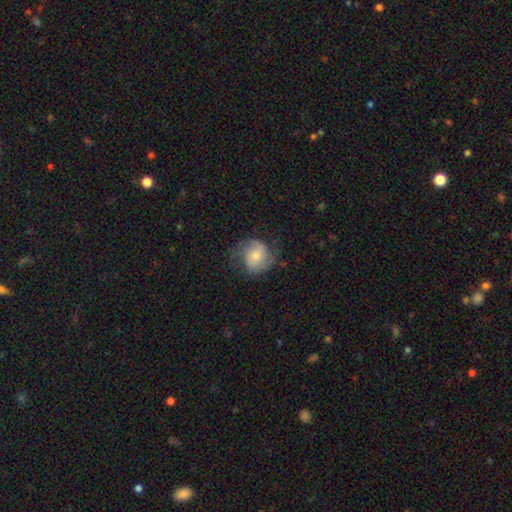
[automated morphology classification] smooth-or-featured: featured or disk: 61% | smooth: 31% | star or artifact: 7%
  disk-edge-on: no: 98% | yes: 2%
    bar: no: 63% | weak: 30% | strong: 6%
    has-spiral-arms: yes: 89% | no: 11%
      spiral-winding: medium: 45% | tight: 29% | loose: 26%
      spiral-arm-count: 2: 78% | can't tell: 11% | 1: 4% | 3: 4% | 4: 2% | more than 4: 2%
    bulge-size: moderate: 53% | small: 35% | large: 8% | none: 3% | dominant: 2%
  merging: none: 63% | minor disturbance: 23% | major disturbance: 13% | merger: 1%